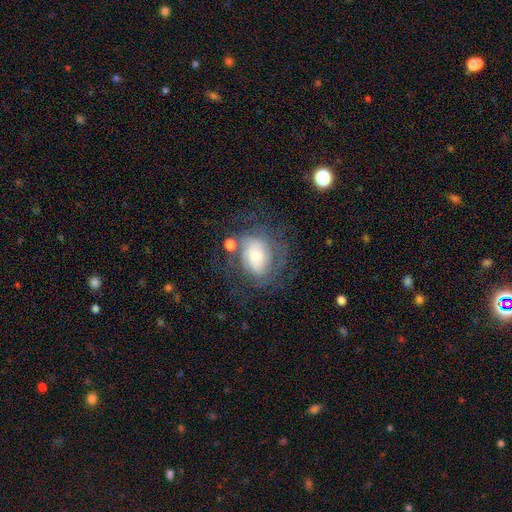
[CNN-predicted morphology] smooth-or-featured: featured or disk: 62% | smooth: 29% | star or artifact: 9%
  disk-edge-on: no: 96% | yes: 4%
    bar: no: 64% | weak: 28% | strong: 8%
    has-spiral-arms: yes: 79% | no: 21%
    bulge-size: small: 42% | moderate: 41% | large: 12% | none: 3% | dominant: 3%
  merging: none: 51% | major disturbance: 21% | minor disturbance: 20% | merger: 8%